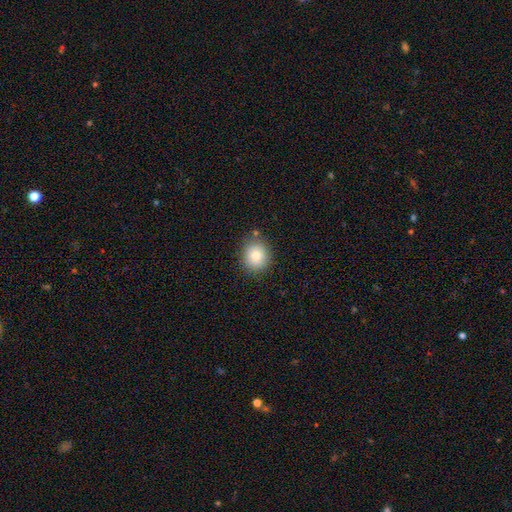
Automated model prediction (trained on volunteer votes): Smooth or featured: smooth — 80% (star or artifact — 10%)
How rounded: round — 76% (in between — 23%)
Merging: none — 83% (minor disturbance — 11%)